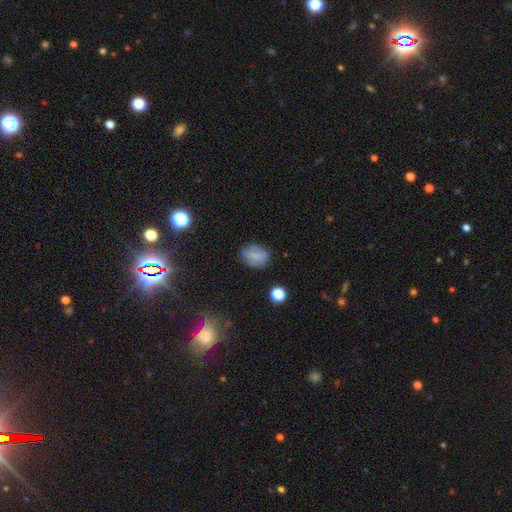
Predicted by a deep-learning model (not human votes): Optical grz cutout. It shows a smooth galaxy with no disk features (71%) that is in between round and cigar-shaped (62%). Merging: none (75%).